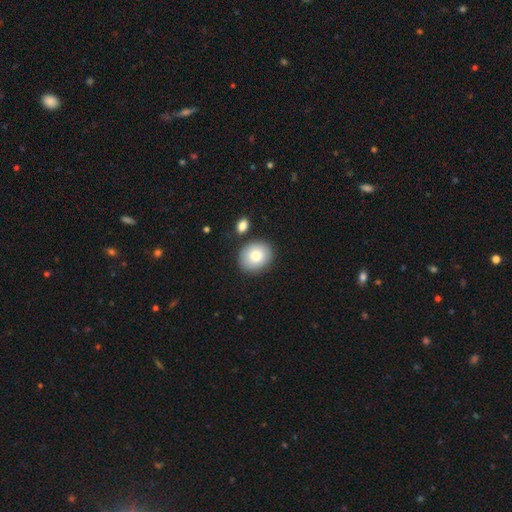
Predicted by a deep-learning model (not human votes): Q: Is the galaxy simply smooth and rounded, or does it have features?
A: smooth — 81%.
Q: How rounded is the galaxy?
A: round — 62%.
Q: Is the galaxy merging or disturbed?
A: none — 81%.